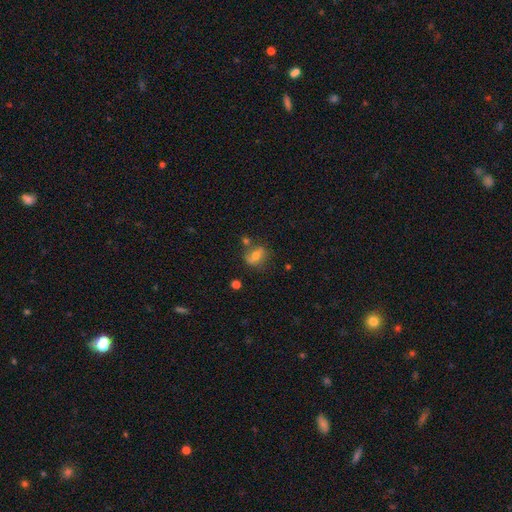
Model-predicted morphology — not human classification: type=smooth (57%); roundness=in between (56%); merging=none (60%).